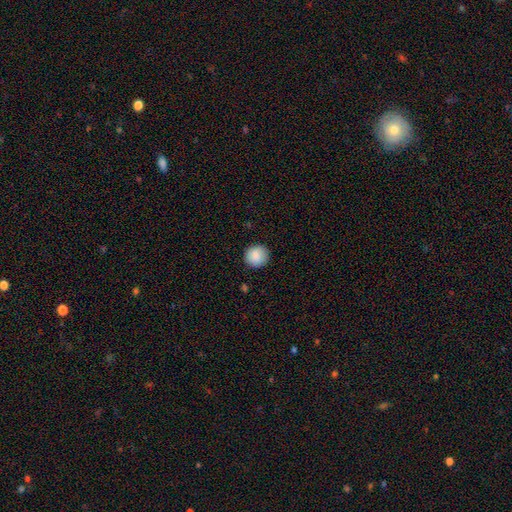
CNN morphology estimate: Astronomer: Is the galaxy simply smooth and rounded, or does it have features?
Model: smooth — 89%.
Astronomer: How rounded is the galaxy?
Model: round — 93%.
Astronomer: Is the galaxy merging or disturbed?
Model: none — 90%.